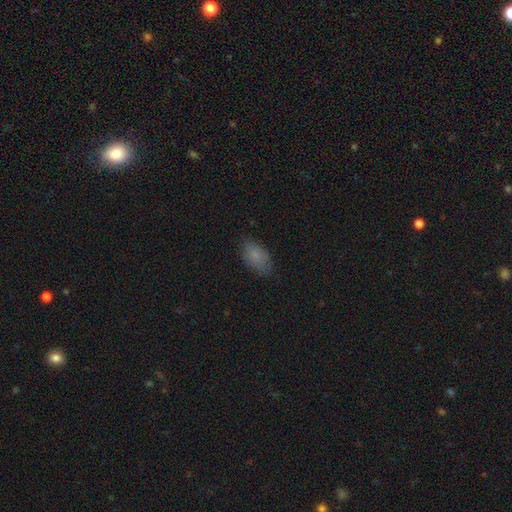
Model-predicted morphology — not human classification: smooth-or-featured: smooth: 83% | featured or disk: 9% | star or artifact: 8%
  how-rounded: in between: 93% | round: 4% | cigar-shaped: 3%
  merging: none: 75% | minor disturbance: 19% | major disturbance: 4% | merger: 1%